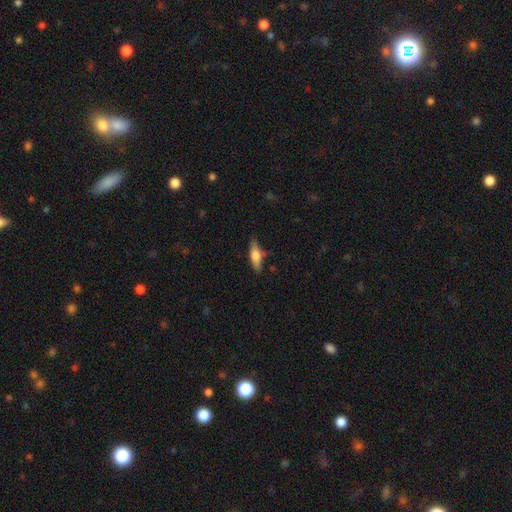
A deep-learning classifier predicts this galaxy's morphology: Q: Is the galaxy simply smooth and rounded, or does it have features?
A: smooth — 55%.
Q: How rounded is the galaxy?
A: cigar-shaped — 52%.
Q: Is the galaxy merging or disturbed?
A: none — 74%.